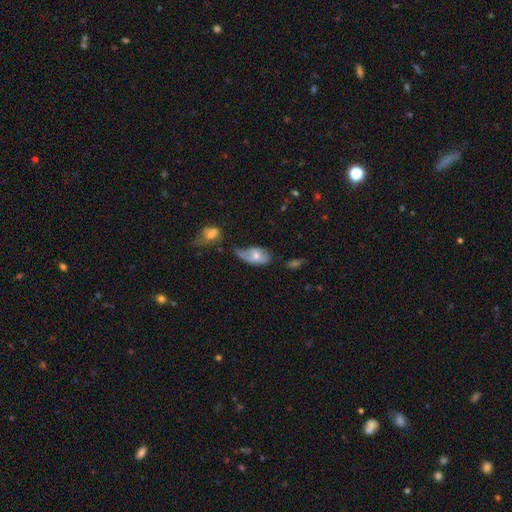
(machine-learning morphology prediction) smooth-or-featured: smooth: 57% | featured or disk: 36% | star or artifact: 7%
  how-rounded: in between: 91% | round: 6% | cigar-shaped: 3%
  merging: minor disturbance: 37% | major disturbance: 29% | none: 24% | merger: 9%